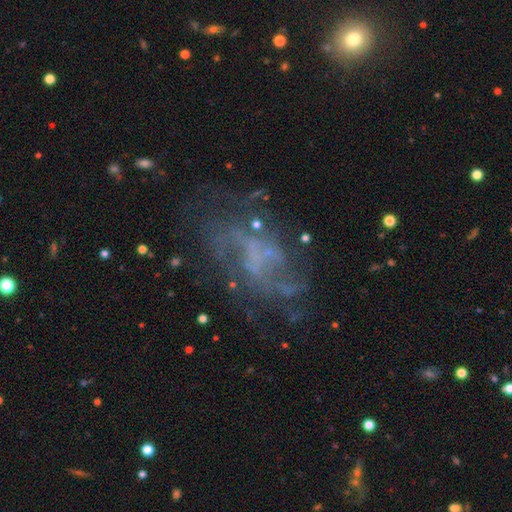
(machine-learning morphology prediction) featured or disk 69%, star or artifact 16%, smooth 14%. Down the decision tree: edge-on disk — no (97%); bar — no (65%); spiral arms — yes (58%); bulge size — none (72%); merging — none (51%).